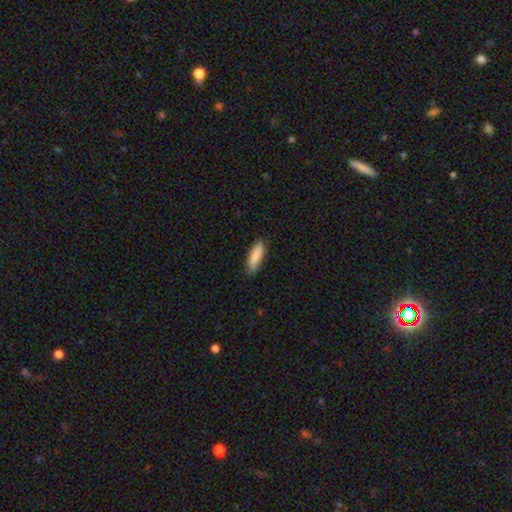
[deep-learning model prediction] smooth 86%, featured or disk 8%, star or artifact 6%. Down the decision tree: how rounded — cigar-shaped (51%); merging — none (83%).